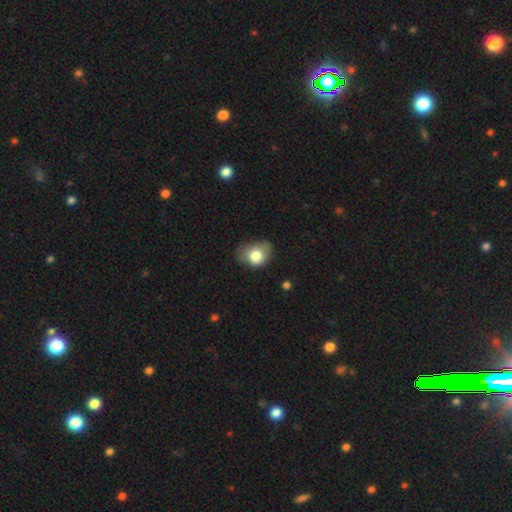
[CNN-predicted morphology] Overall: smooth (77%). How rounded: in between (62%; round 37%). Merging: minor disturbance (40%, tied with none).